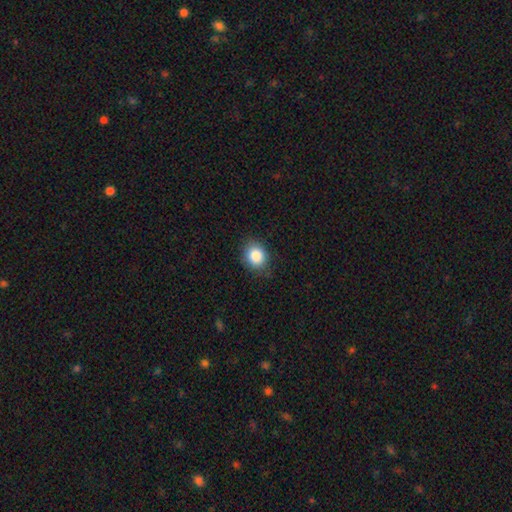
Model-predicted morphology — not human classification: smooth-or-featured: smooth: 85% | star or artifact: 9% | featured or disk: 5%
  how-rounded: round: 65% | in between: 34% | cigar-shaped: 1%
  merging: none: 82% | minor disturbance: 14% | major disturbance: 3% | merger: 1%